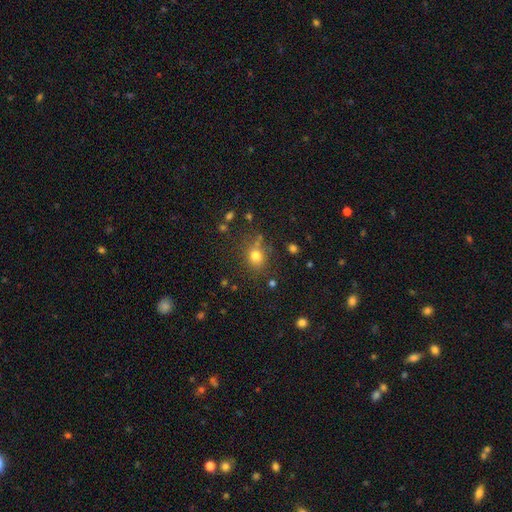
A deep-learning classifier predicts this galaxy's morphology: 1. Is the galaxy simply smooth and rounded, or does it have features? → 76% smooth, 16% star or artifact, 8% featured or disk.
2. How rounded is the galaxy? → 73% round, 26% in between, 1% cigar-shaped.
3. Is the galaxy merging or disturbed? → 75% none, 13% minor disturbance, 6% merger, 5% major disturbance.